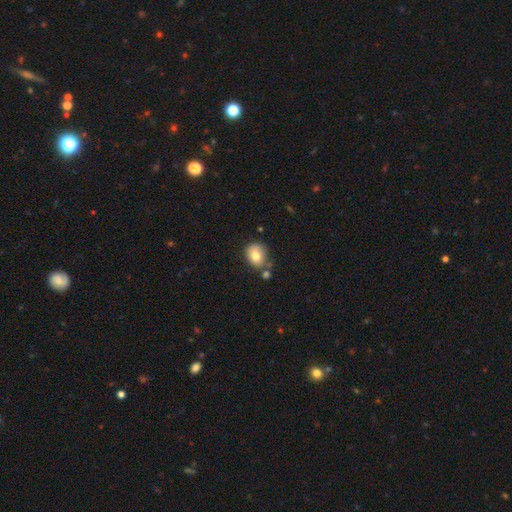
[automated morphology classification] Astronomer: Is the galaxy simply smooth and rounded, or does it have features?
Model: smooth — 78%.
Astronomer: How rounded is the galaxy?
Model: round — 51% (runner-up: in between, 48%).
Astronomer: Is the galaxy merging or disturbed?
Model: none — 55%.